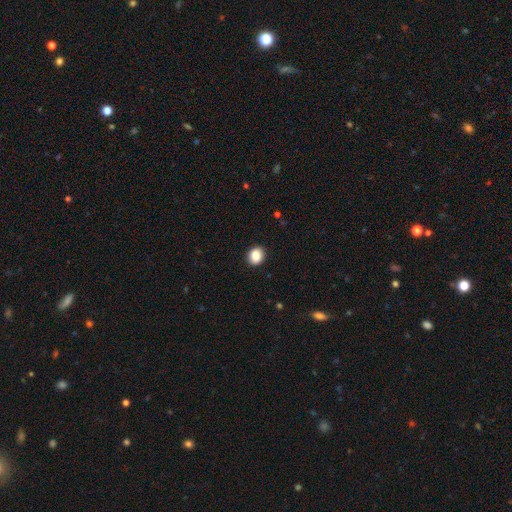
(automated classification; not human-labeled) Smooth or featured? Predicted: smooth (p=0.87). How rounded? Predicted: round (p=0.63). Merging? Predicted: none (p=0.90).